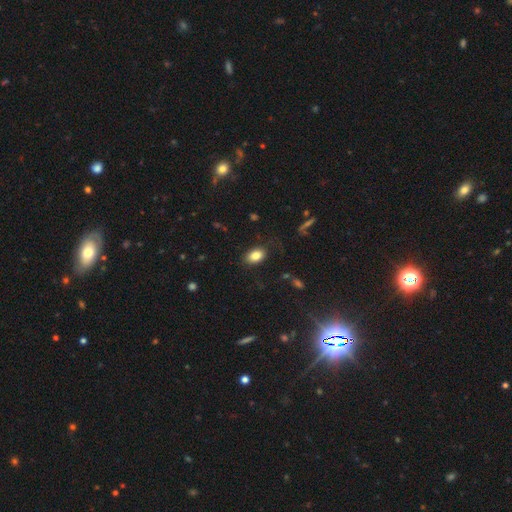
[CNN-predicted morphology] smooth-or-featured: smooth: 83% | star or artifact: 9% | featured or disk: 8%
  how-rounded: in between: 87% | round: 12% | cigar-shaped: 1%
  merging: none: 83% | minor disturbance: 12% | major disturbance: 4% | merger: 1%